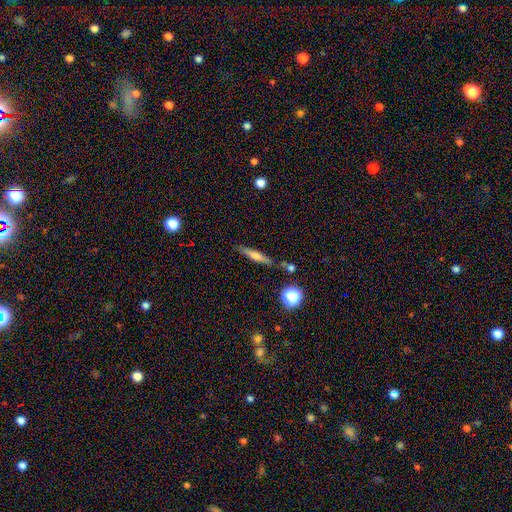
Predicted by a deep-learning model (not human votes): Smooth or featured: smooth — 47% (featured or disk — 43%)
Merging: none — 82% (minor disturbance — 11%)